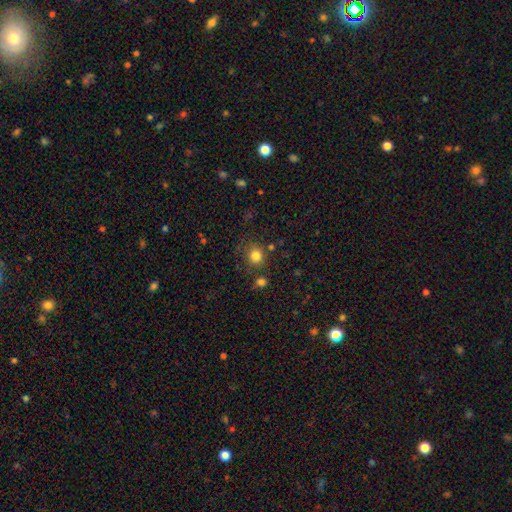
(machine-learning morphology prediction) Overall: smooth (81%). How rounded: round (83%). Merging: none (77%).